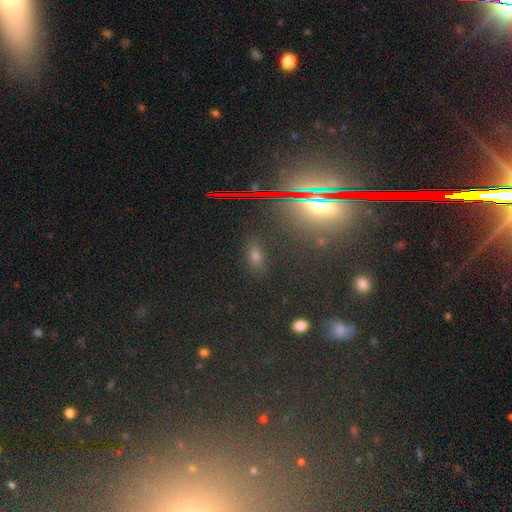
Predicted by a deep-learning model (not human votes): This appears to be a smooth galaxy with no disk features (47%). Merging: none (84%).